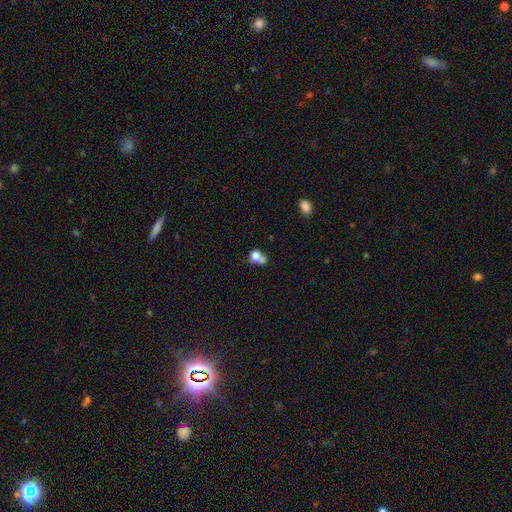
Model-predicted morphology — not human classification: The model was most divided on "merging": merger: 55%, none: 31%, minor disturbance: 9%, major disturbance: 5%. More confident: smooth or featured — smooth (73%); how rounded — round (66%).